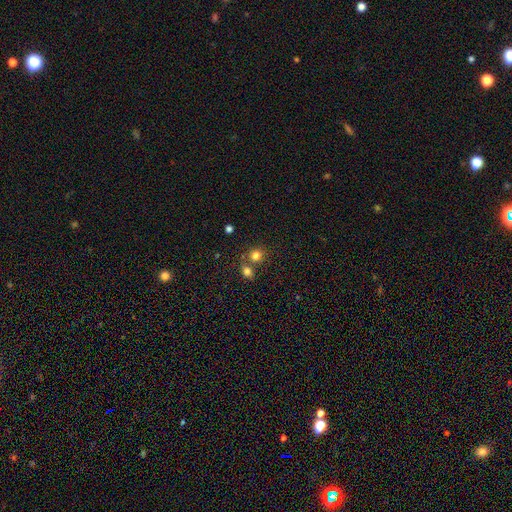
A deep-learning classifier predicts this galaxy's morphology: Smooth or featured? Predicted: smooth (p=0.79). How rounded? Predicted: round (p=0.77). Merging? Predicted: none (p=0.56).